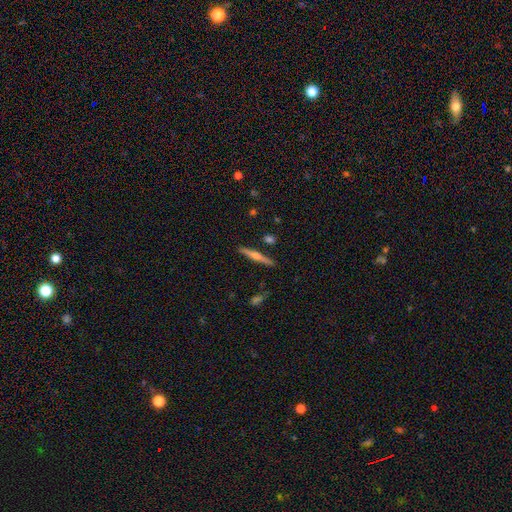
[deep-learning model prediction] smooth-or-featured: featured or disk: 59% | smooth: 35% | star or artifact: 6%
  disk-edge-on: yes: 97% | no: 3%
    edge-on-bulge: rounded: 84% | none: 11% | boxy: 5%
  merging: none: 89% | minor disturbance: 8% | merger: 2% | major disturbance: 2%